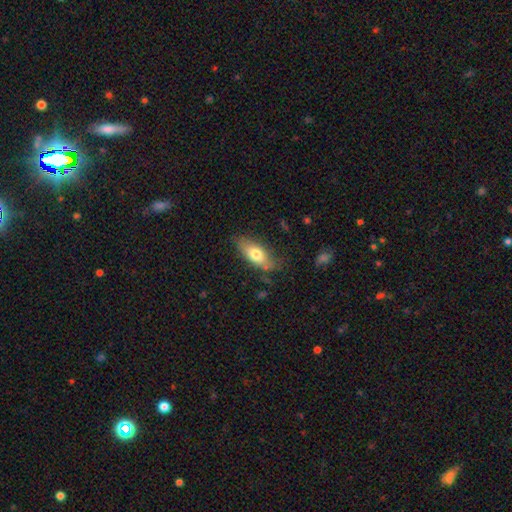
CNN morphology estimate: This is likely a smooth galaxy (71%). How rounded: likely in between (79%). Merging: likely none (72%).